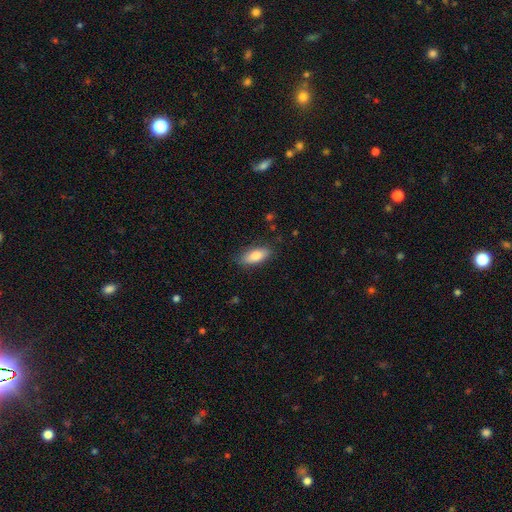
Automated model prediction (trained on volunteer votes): Overall: smooth (81%). How rounded: in between (81%). Merging: none (84%).